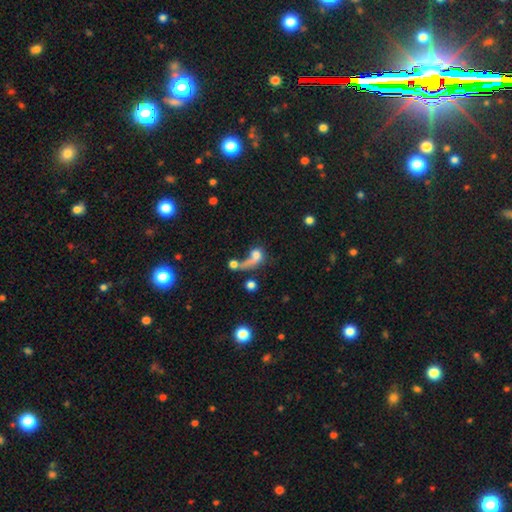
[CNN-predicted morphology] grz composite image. It shows a smooth galaxy with no disk features (61%) that is round (46%). Merging: merger (35%).